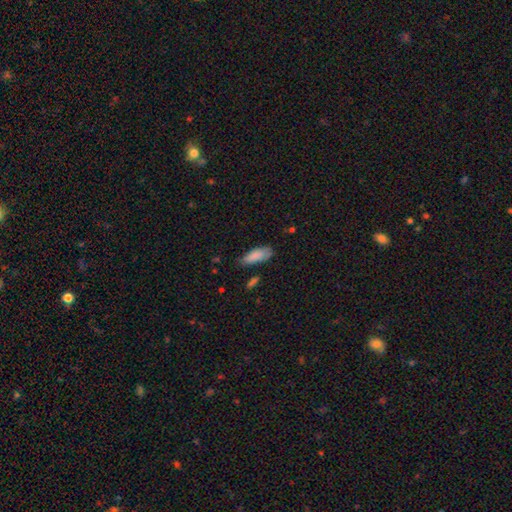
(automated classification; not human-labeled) Smooth or featured? Predicted: smooth (p=0.85). How rounded? Predicted: in between (p=0.72). Merging? Predicted: none (p=0.63).